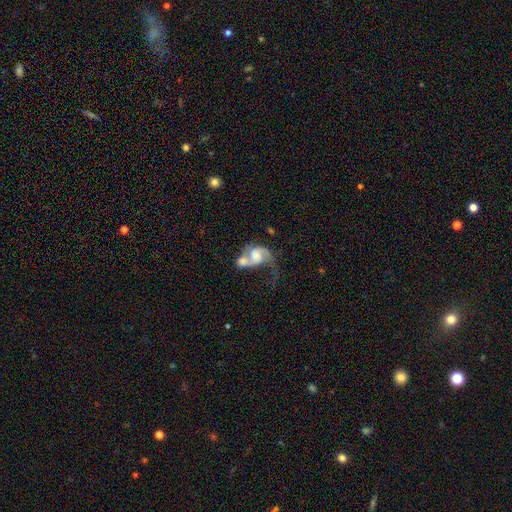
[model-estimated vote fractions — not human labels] This is likely a featured or disk galaxy (70%). It is clearly not viewed edge-on (97%). Bar: possibly no (57%). Spiral arm pattern: clearly yes (88%). Spiral arm count: likely 2 (71%). Spiral winding: possibly loose (56%). Central bulge: marginally moderate (29%). Merging: possibly merger (59%).